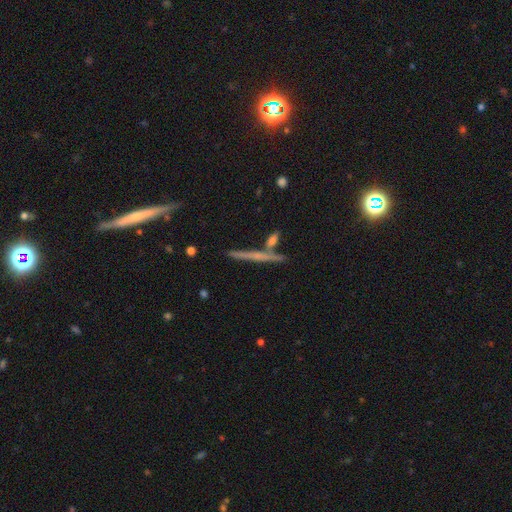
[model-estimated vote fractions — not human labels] A featured or disk galaxy (58%) viewed edge-on (96%) with no central bulge (68%). Merging: none (79%).